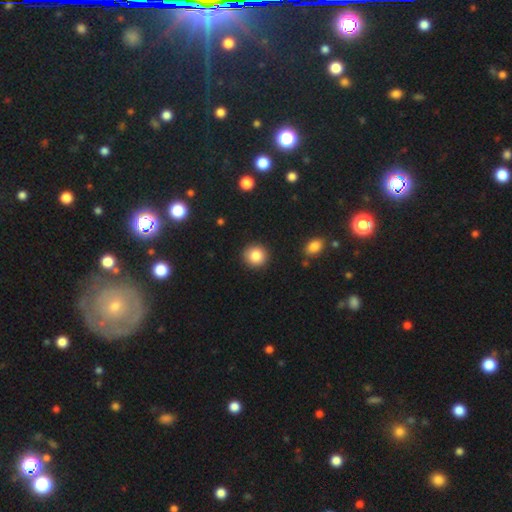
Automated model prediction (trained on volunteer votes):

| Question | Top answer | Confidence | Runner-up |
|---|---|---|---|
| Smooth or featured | smooth | 85% | star or artifact (9%) |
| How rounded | round | 90% | in between (9%) |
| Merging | none | 91% | minor disturbance (6%) |